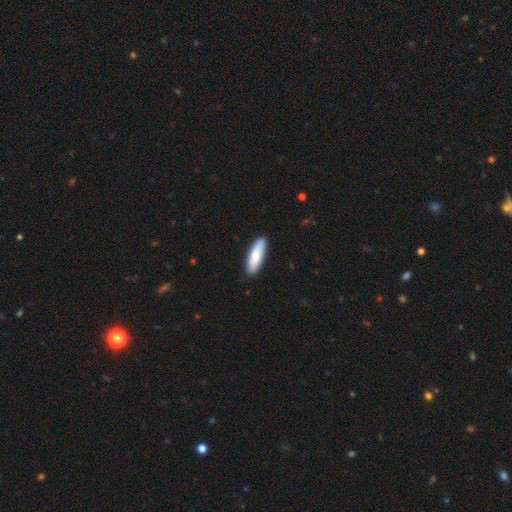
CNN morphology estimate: This appears to be a smooth galaxy with no disk features (75%) that is in between round and cigar-shaped (50%). Merging: none (89%).